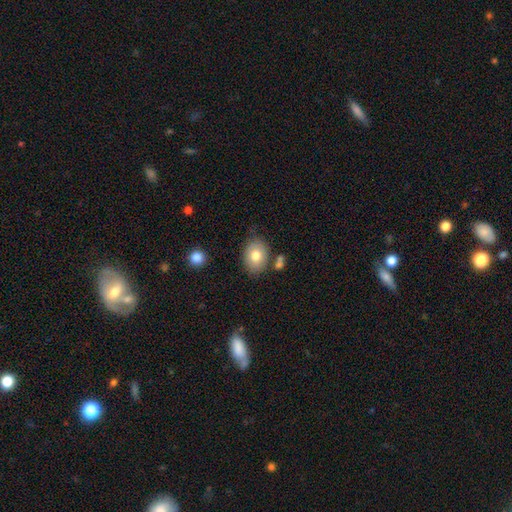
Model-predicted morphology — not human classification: A smooth galaxy with no disk features (77%) that is in between round and cigar-shaped (71%).

Vote fractions:
- Smooth or featured? smooth: 77% / featured or disk: 15% / star or artifact: 8%
- How rounded? in between: 71% / round: 28% / cigar-shaped: 1%
- Merging? none: 76% / minor disturbance: 14% / merger: 7% / major disturbance: 4%